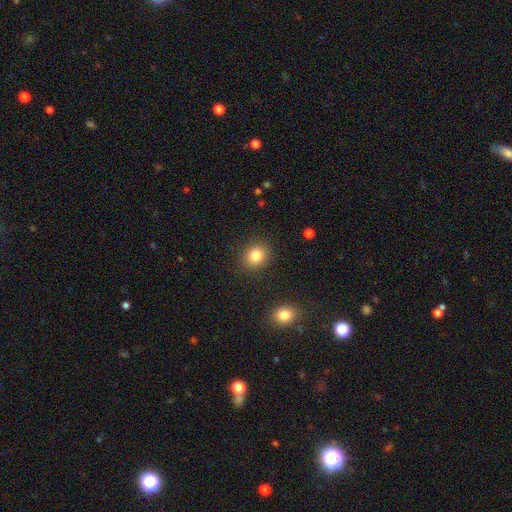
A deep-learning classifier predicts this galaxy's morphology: Smooth or featured: smooth — 84% (star or artifact — 10%)
How rounded: round — 66% (in between — 33%)
Merging: none — 87% (minor disturbance — 8%)